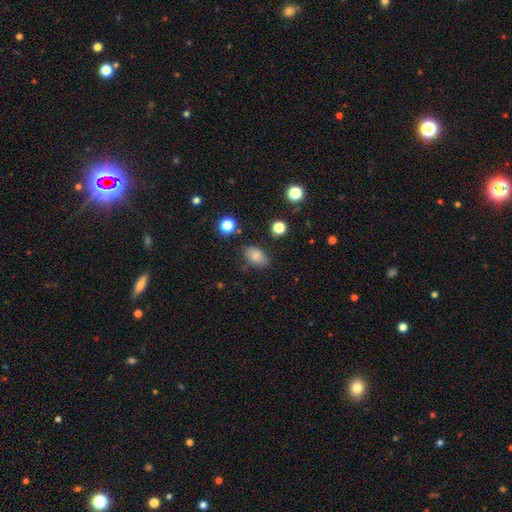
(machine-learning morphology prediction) This is clearly a smooth galaxy (81%). How rounded: clearly in between (86%). Merging: likely none (80%).